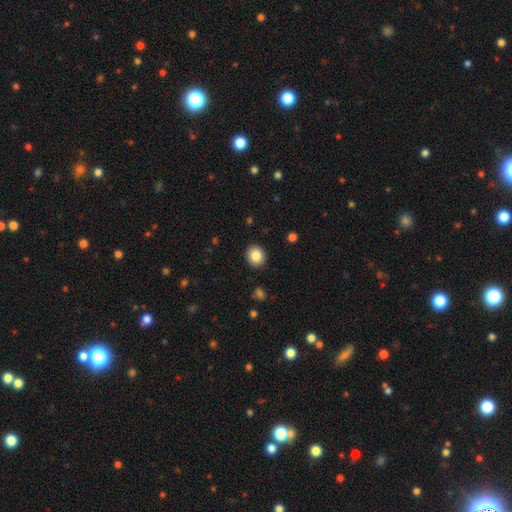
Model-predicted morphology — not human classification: type=smooth (85%); roundness=round (74%); merging=none (91%).